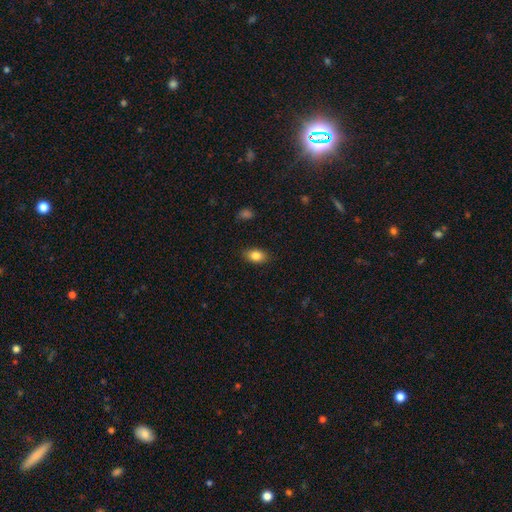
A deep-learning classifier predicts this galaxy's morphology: smooth-or-featured: smooth: 84% | star or artifact: 8% | featured or disk: 7%
  how-rounded: in between: 85% | round: 13% | cigar-shaped: 2%
  merging: none: 86% | minor disturbance: 10% | major disturbance: 2% | merger: 1%